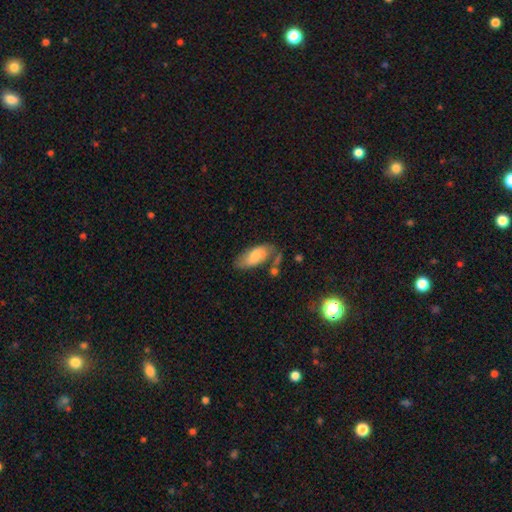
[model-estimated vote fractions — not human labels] Morphology: type=smooth (68%); roundness=in between (88%); merging=none (53%).